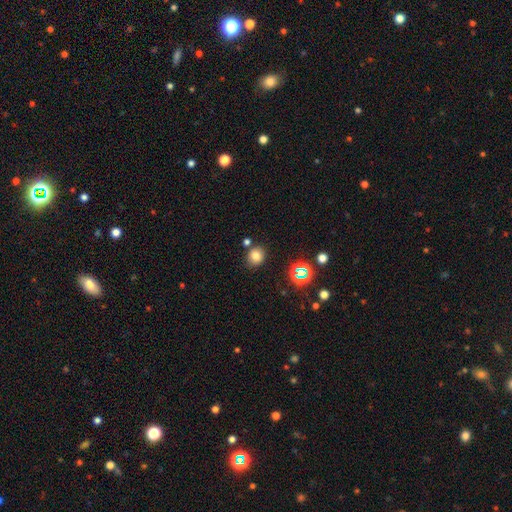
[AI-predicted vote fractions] Smooth or featured? Predicted: smooth (p=0.76). How rounded? Predicted: round (p=0.74). Merging? Predicted: none (p=0.77).